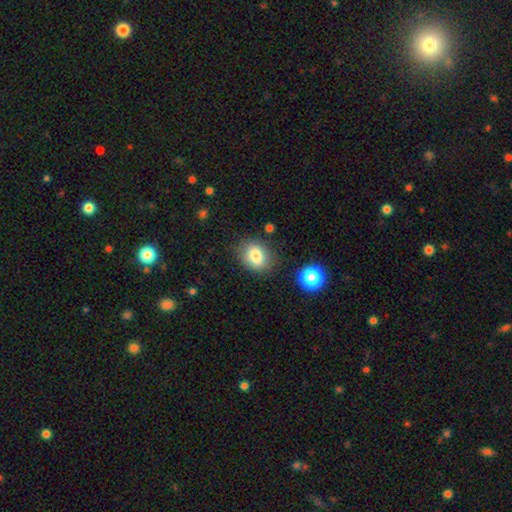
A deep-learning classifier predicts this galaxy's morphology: The model was most divided on "how rounded": round: 50%, in between: 49%, cigar-shaped: 1%. More confident: smooth or featured — smooth (80%); merging — none (79%).